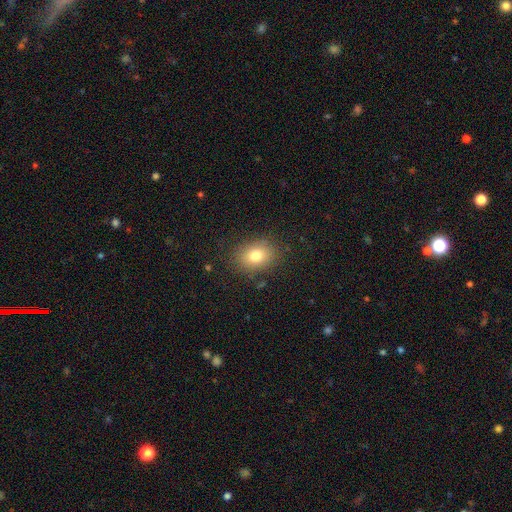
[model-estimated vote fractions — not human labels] This appears to be a smooth galaxy with no disk features (78%) that is in between round and cigar-shaped (58%). Merging: none (84%).